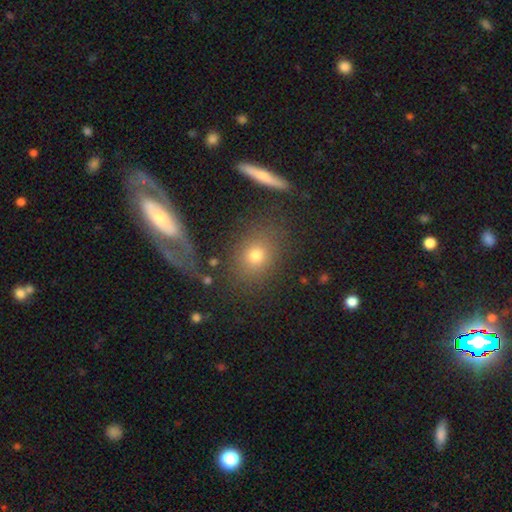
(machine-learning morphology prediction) Smooth or featured? smooth (69%)
How rounded? round (55%)
Merging? none (74%)